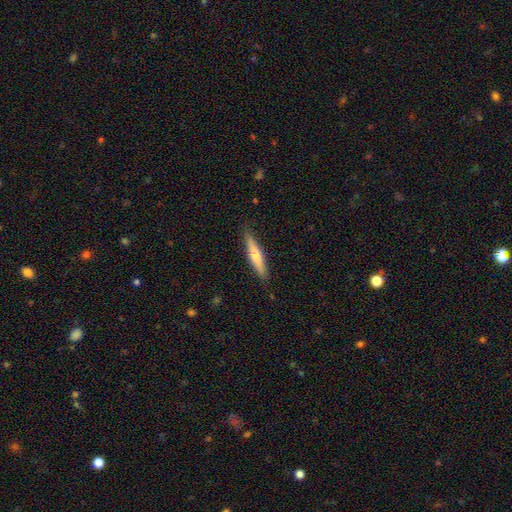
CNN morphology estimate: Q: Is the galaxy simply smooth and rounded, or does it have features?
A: smooth — 60%.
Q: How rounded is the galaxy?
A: cigar-shaped — 89%.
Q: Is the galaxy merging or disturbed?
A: none — 87%.